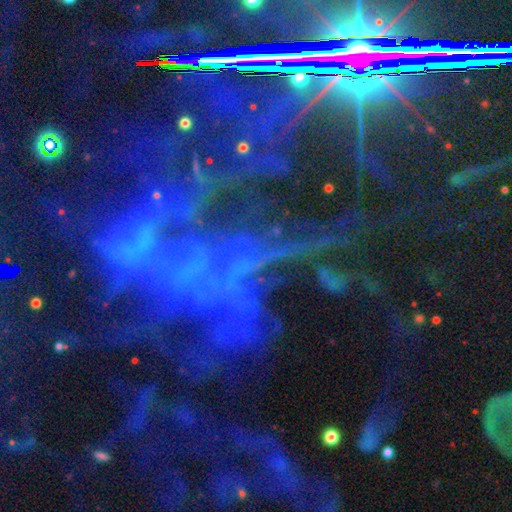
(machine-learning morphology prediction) This is possibly a star or artifact rather than a galaxy (58%).